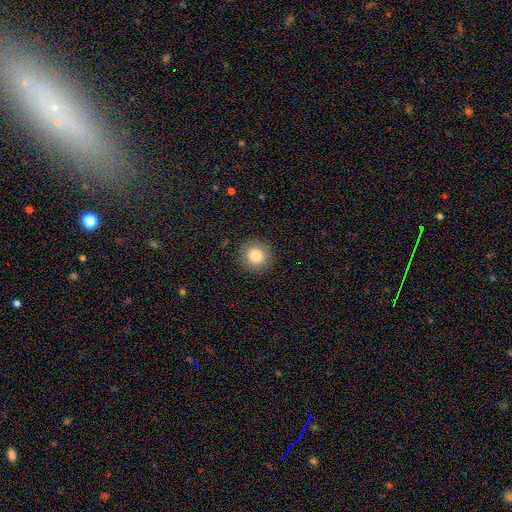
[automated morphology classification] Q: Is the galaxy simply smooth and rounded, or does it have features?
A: smooth — 84%.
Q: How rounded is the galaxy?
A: round — 93%.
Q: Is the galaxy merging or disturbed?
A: none — 90%.